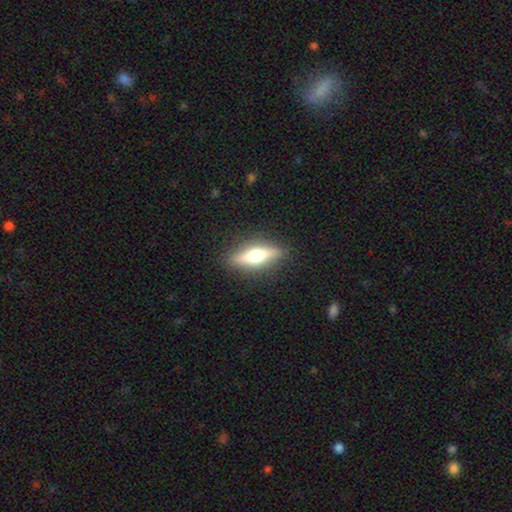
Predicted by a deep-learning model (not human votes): The model was most divided on "smooth or featured": featured or disk: 53%, smooth: 40%, star or artifact: 7%. More confident: edge-on disk — yes (90%); merging — none (88%).